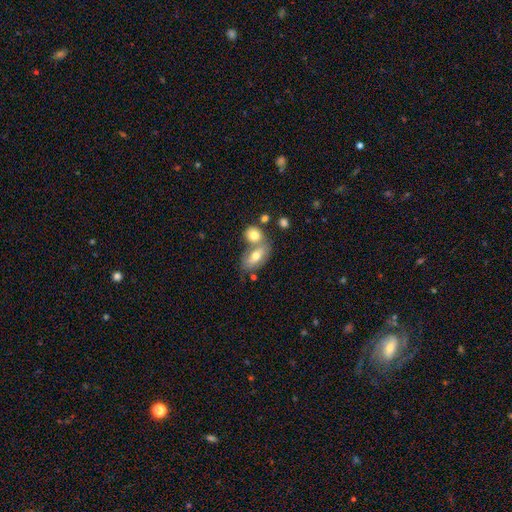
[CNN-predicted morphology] Smooth or featured?
  - smooth: 68% *
  - featured or disk: 25%
  - star or artifact: 7%
How rounded?
  - in between: 86% *
  - round: 9%
  - cigar-shaped: 6%
Merging?
  - merger: 50% *
  - none: 37%
  - minor disturbance: 10%
  - major disturbance: 4%